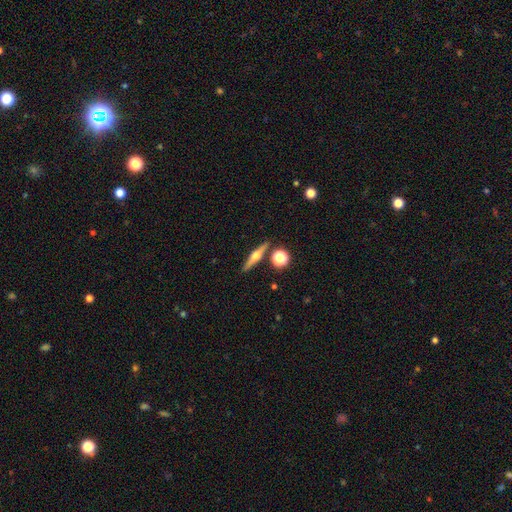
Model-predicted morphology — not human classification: featured or disk 68%, smooth 25%, star or artifact 7%. Down the decision tree: edge-on disk — yes (97%); edge-on bulge — rounded (93%); merging — none (85%).